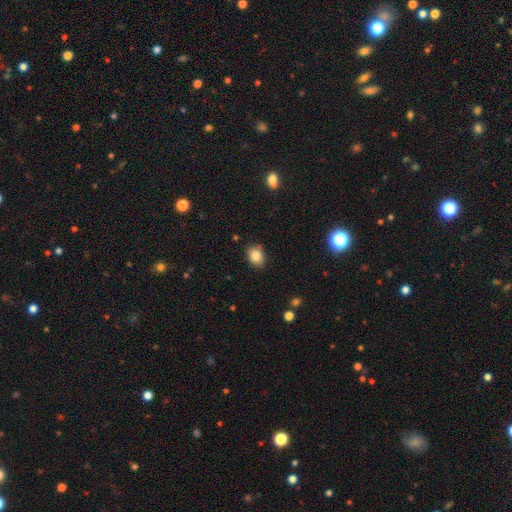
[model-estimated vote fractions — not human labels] This is clearly a smooth galaxy (84%). How rounded: likely in between (62%). Merging: clearly none (83%).